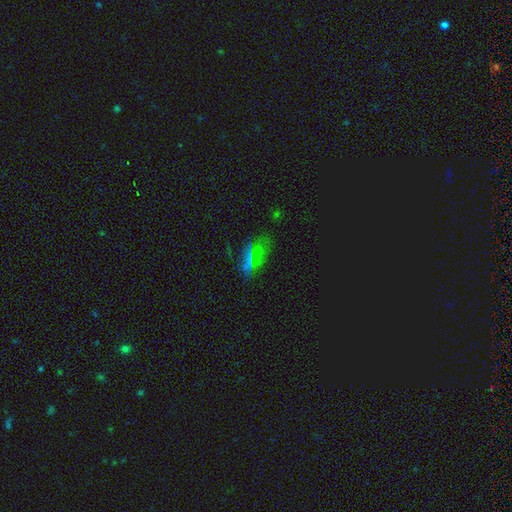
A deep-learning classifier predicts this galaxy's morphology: Smooth or featured? Predicted: smooth (p=0.48). Merging? Predicted: none (p=0.73).